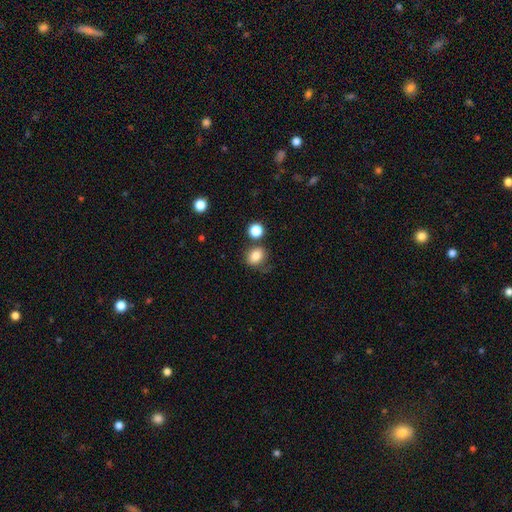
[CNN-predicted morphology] A smooth galaxy with no disk features (83%) that is round (57%). Merging: none (66%).